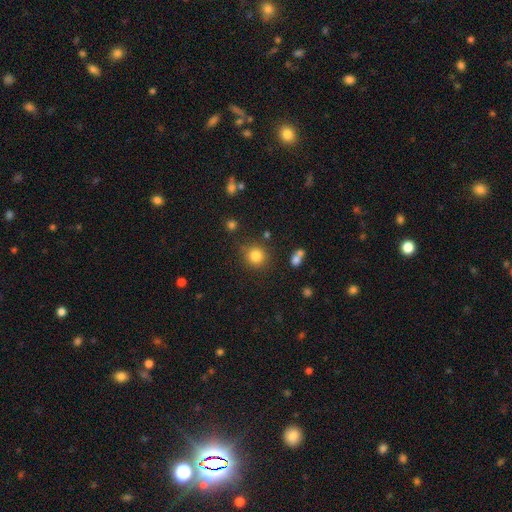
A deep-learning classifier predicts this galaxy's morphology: Smooth or featured: smooth — 83% (star or artifact — 11%)
How rounded: round — 89% (in between — 10%)
Merging: none — 80% (minor disturbance — 11%)